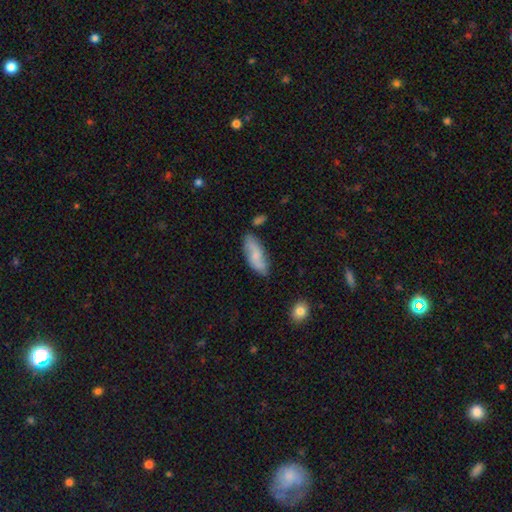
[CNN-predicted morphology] This is likely a smooth galaxy (64%). How rounded: likely in between (73%). Merging: likely none (73%).